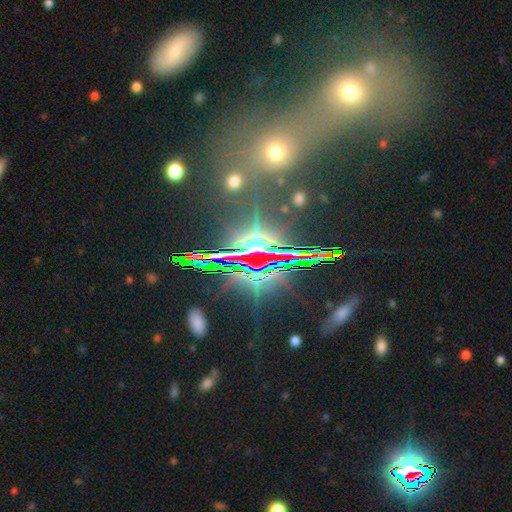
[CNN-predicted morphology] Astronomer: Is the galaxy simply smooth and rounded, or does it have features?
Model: star or artifact — 72%.